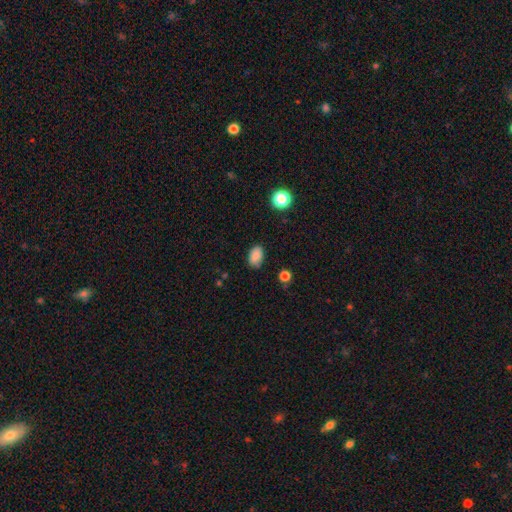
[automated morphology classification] type=smooth (86%); roundness=in between (86%); merging=none (79%).